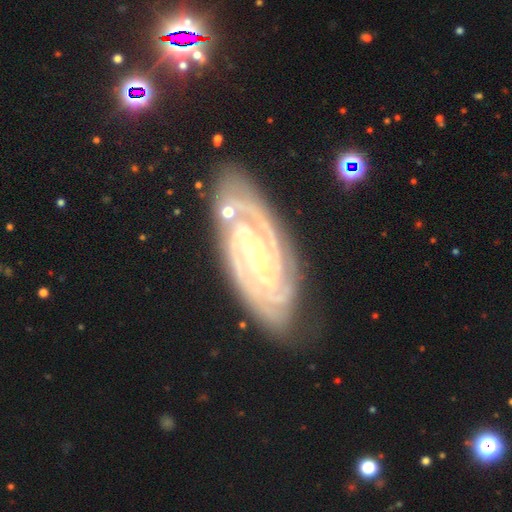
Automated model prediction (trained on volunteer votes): The model was most divided on "spiral arm count": 2: 38%, 3: 27%, 4: 15%, can't tell: 9%, more than 4: 6%, 1: 5%. Remaining: spiral arms — yes (99%); edge-on disk — no (96%); smooth or featured — featured or disk (92%); spiral winding — tight (81%); merging — none (79%); bulge size — small (74%); bar — no (45%).